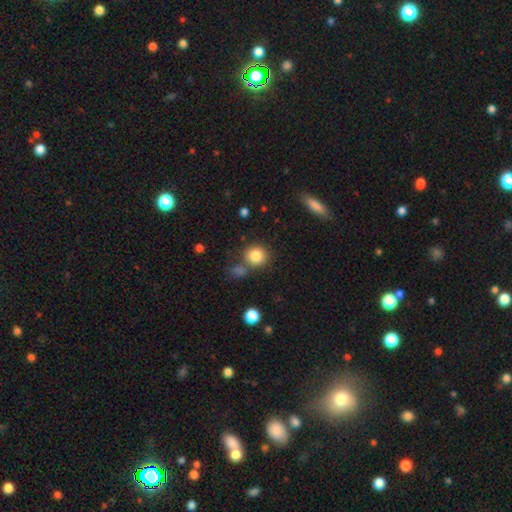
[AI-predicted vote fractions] Smooth or featured: smooth — 84% (star or artifact — 10%)
How rounded: round — 88% (in between — 11%)
Merging: none — 72% (merger — 14%)